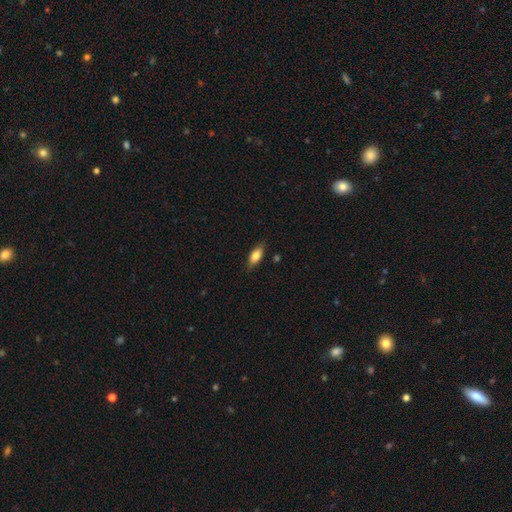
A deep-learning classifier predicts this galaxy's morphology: Smooth or featured? Predicted: smooth (p=0.78). How rounded? Predicted: in between (p=0.79). Merging? Predicted: none (p=0.82).